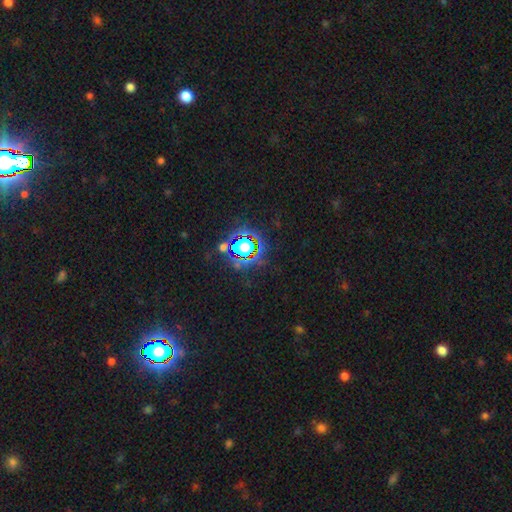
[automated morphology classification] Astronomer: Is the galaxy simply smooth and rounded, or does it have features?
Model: star or artifact — 82%.